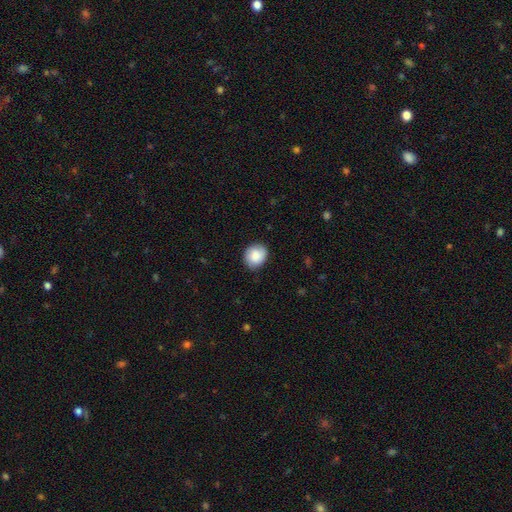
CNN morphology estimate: This is clearly a smooth galaxy (83%). How rounded: likely round (74%). Merging: clearly none (83%).